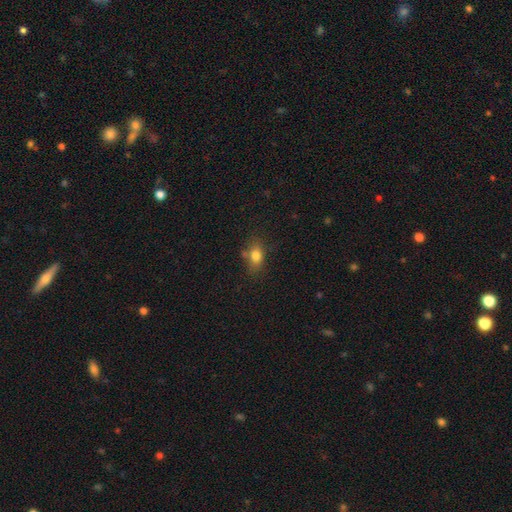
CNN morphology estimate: Smooth or featured? smooth (79%)
How rounded? in between (73%)
Merging? none (64%)